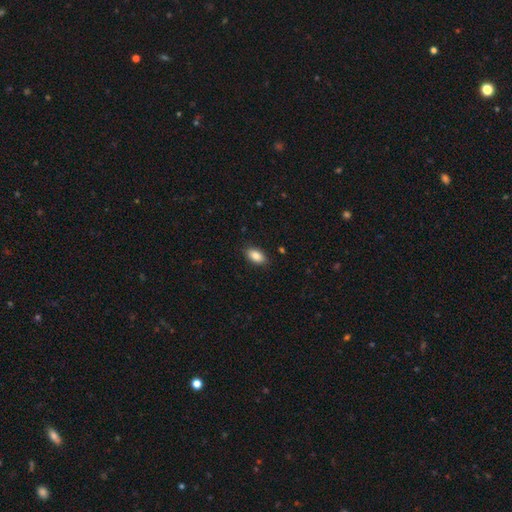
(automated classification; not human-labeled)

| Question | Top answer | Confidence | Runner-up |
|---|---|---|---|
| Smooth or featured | smooth | 87% | star or artifact (7%) |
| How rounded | in between | 93% | round (5%) |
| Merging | none | 87% | minor disturbance (10%) |